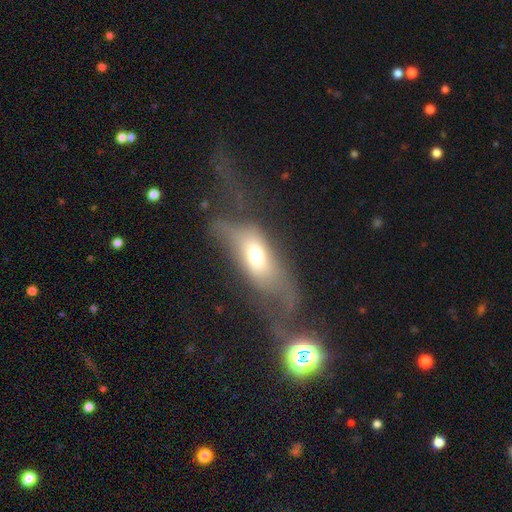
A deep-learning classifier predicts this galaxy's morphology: Q: Smooth or featured?
A: smooth (54%); runner-up: featured or disk (37%)
Q: How rounded?
A: in between (74%); runner-up: cigar-shaped (16%)
Q: Merging?
A: major disturbance (52%); runner-up: none (25%)